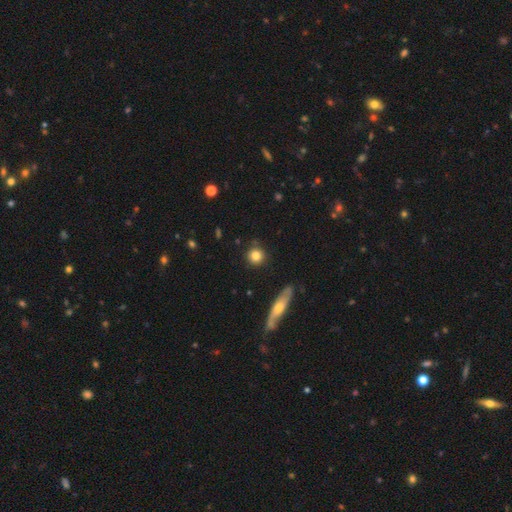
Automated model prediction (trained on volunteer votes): Overall: smooth (81%). How rounded: round (92%). Merging: none (85%).